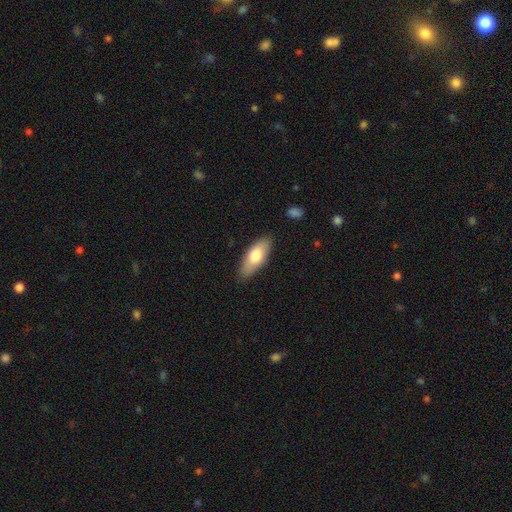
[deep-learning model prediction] A smooth galaxy with no disk features (72%) that is in between round and cigar-shaped (77%).

Vote fractions:
- Smooth or featured? smooth: 72% / featured or disk: 22% / star or artifact: 6%
- How rounded? in between: 77% / cigar-shaped: 20% / round: 2%
- Merging? none: 84% / minor disturbance: 12% / major disturbance: 2% / merger: 1%